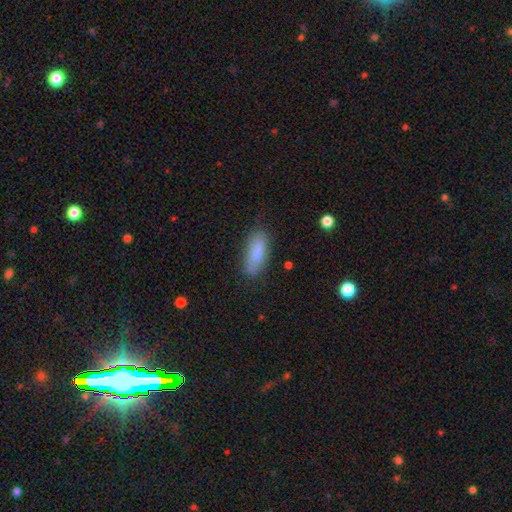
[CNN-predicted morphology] Smooth or featured? smooth (83%)
How rounded? in between (62%)
Merging? none (80%)